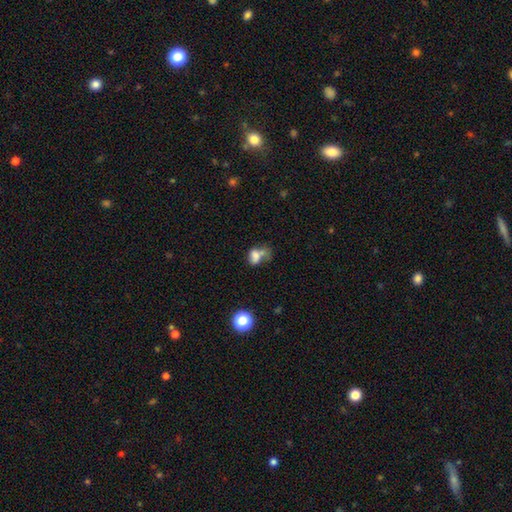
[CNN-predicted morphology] smooth-or-featured: smooth: 67% | featured or disk: 19% | star or artifact: 14%
  how-rounded: in between: 75% | round: 23% | cigar-shaped: 2%
  merging: merger: 42% | major disturbance: 23% | none: 20% | minor disturbance: 16%